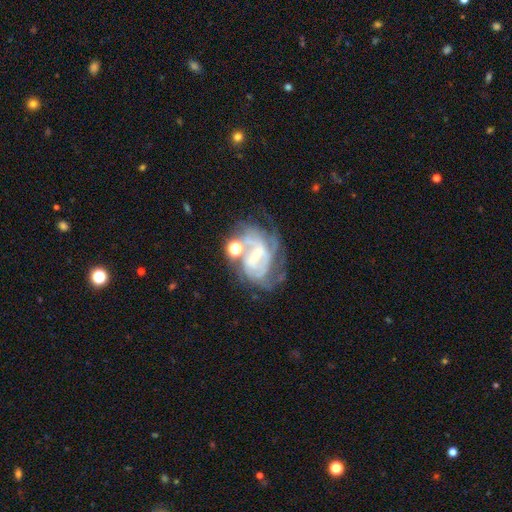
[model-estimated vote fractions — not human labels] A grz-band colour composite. It shows a featured or disk galaxy (80%) with a weak bar (43%), tight (43%) spiral arms (84%) and a small central bulge (63%). Merging: none (38%).